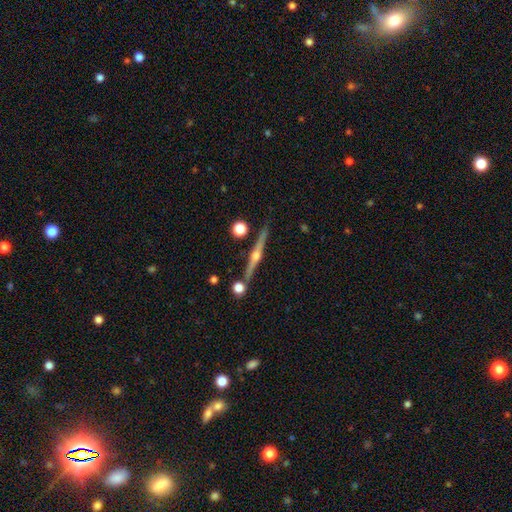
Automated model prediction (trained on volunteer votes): Q: Smooth or featured?
A: featured or disk (85%); runner-up: smooth (8%)
Q: Edge-on disk?
A: yes (98%); runner-up: no (2%)
Q: Edge-on bulge?
A: rounded (94%); runner-up: boxy (3%)
Q: Merging?
A: none (87%); runner-up: minor disturbance (7%)